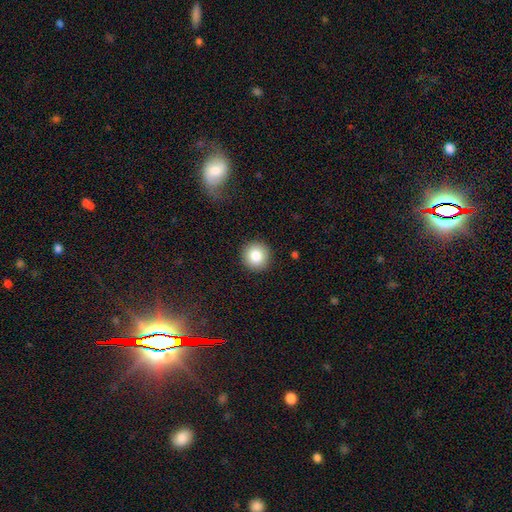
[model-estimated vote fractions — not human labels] This is clearly a smooth galaxy (84%). How rounded: clearly round (95%). Merging: clearly none (92%).